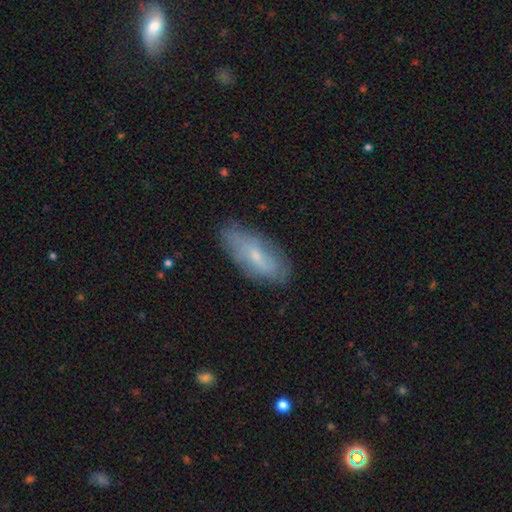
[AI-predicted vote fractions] smooth-or-featured: smooth: 57% | featured or disk: 36% | star or artifact: 7%
  how-rounded: in between: 79% | cigar-shaped: 18% | round: 3%
  merging: none: 76% | minor disturbance: 18% | major disturbance: 4% | merger: 1%